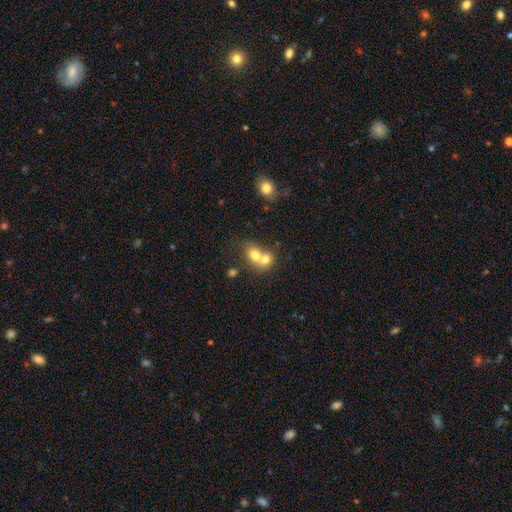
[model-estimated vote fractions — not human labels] This is likely a smooth galaxy (73%). How rounded: possibly round (53%). Merging: likely merger (71%).